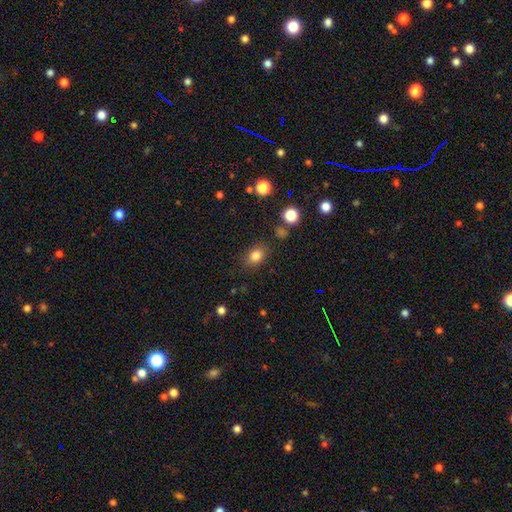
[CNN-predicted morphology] smooth_or_featured: smooth (p=0.82) [alt: star or artifact p=0.11]
how_rounded: in between (p=0.63) [alt: round p=0.36]
merging: none (p=0.82) [alt: minor disturbance p=0.11]